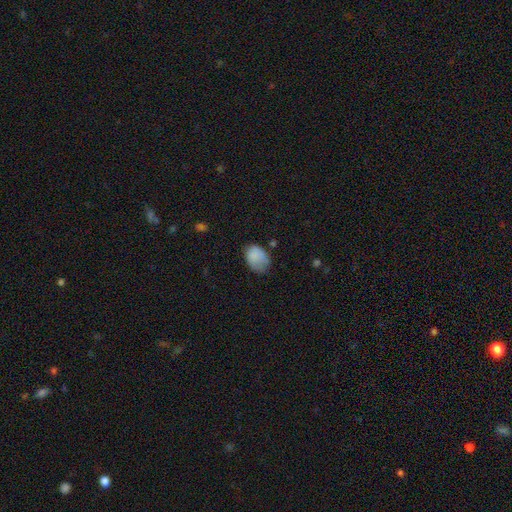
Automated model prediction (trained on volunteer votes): Smooth or featured?
  - smooth: 82% *
  - featured or disk: 9%
  - star or artifact: 9%
How rounded?
  - in between: 75% *
  - round: 24%
  - cigar-shaped: 1%
Merging?
  - none: 50% *
  - minor disturbance: 35%
  - major disturbance: 13%
  - merger: 2%